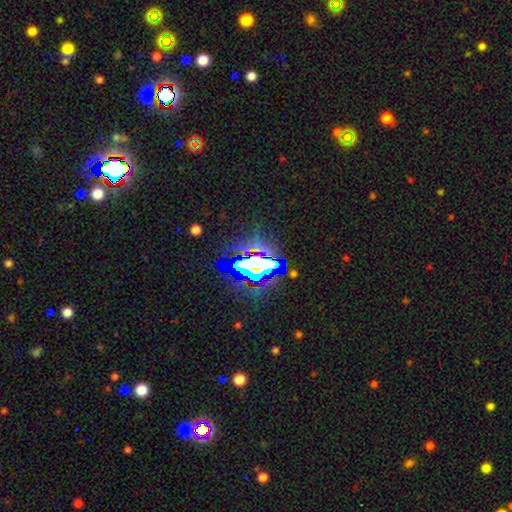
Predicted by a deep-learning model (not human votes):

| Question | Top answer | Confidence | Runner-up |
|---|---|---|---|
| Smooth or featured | star or artifact | 67% | featured or disk (17%) |